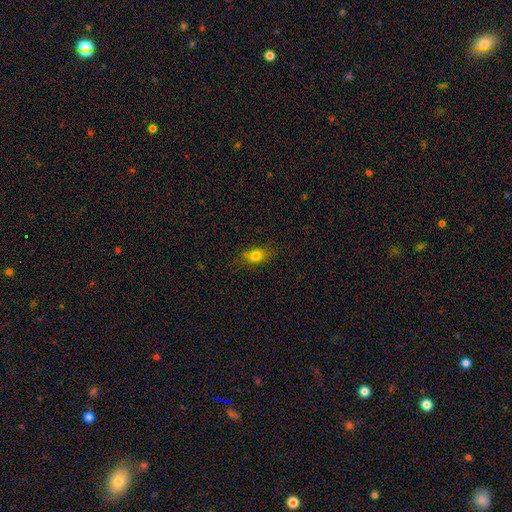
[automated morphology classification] Overall: smooth (77%). How rounded: in between (74%). Merging: none (76%).